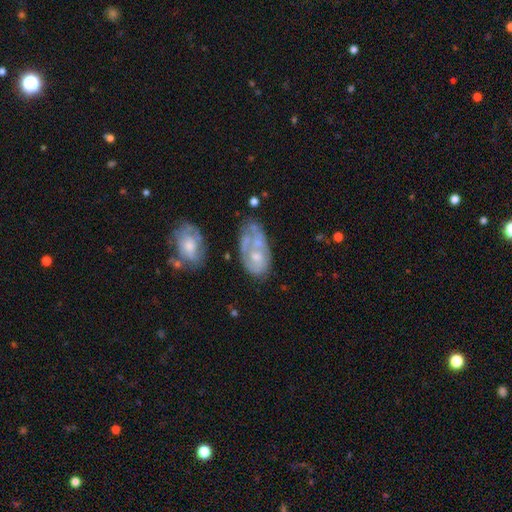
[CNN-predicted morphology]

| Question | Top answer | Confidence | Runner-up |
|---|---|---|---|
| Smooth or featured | featured or disk | 57% | smooth (35%) |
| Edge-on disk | no | 96% | yes (4%) |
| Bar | no | 85% | weak (12%) |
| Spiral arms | no | 67% | yes (33%) |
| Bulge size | moderate | 38% | small (37%) |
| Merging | none | 35% | minor disturbance (24%) |